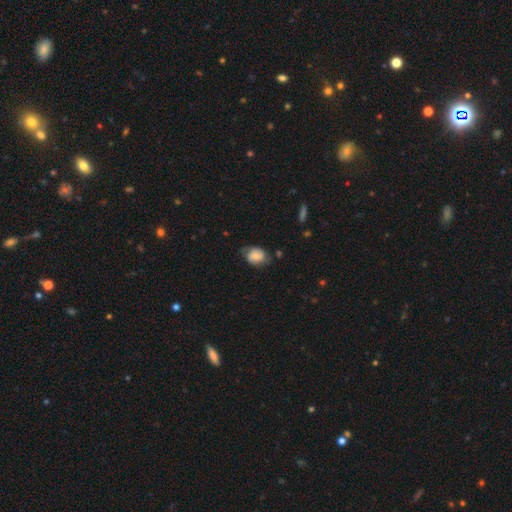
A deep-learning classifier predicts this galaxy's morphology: A smooth galaxy with no disk features (60%) that is in between round and cigar-shaped (62%). Merging: none (53%).